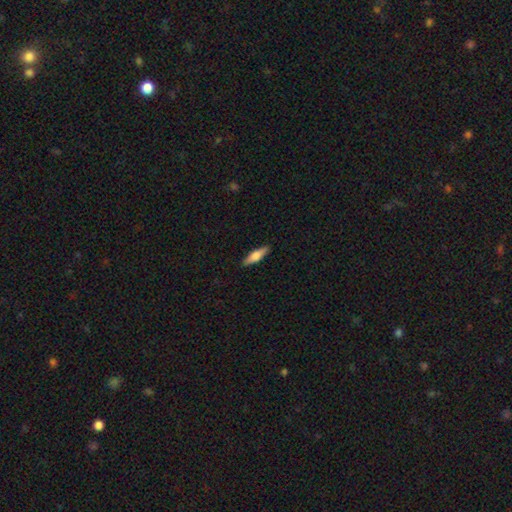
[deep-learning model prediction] The model was most divided on "smooth or featured": smooth: 56%, featured or disk: 38%, star or artifact: 6%. More confident: merging — none (90%); how rounded — cigar-shaped (67%).